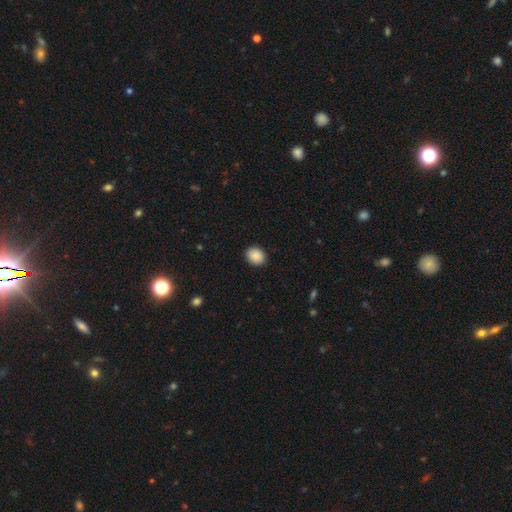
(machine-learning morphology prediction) Smooth or featured?
  - smooth: 90% *
  - star or artifact: 8%
  - featured or disk: 3%
How rounded?
  - round: 62% *
  - in between: 37%
  - cigar-shaped: 1%
Merging?
  - none: 90% *
  - minor disturbance: 7%
  - major disturbance: 2%
  - merger: 1%